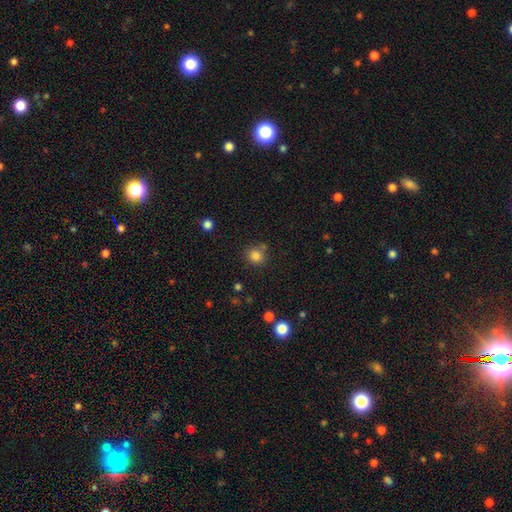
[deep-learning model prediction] Smooth or featured? smooth (83%)
How rounded? round (87%)
Merging? none (74%)